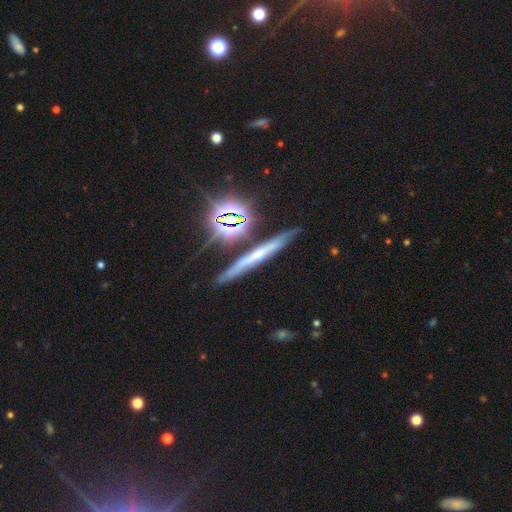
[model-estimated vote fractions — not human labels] The model was most divided on "smooth or featured": featured or disk: 39%, star or artifact: 32%, smooth: 29%. More confident: merging — none (80%).